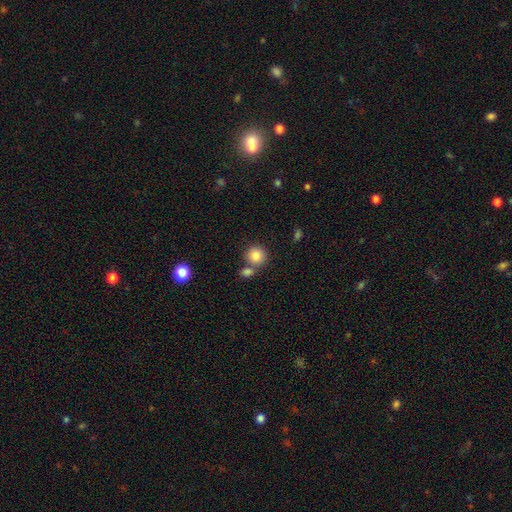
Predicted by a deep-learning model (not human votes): This is clearly a smooth galaxy (84%). How rounded: clearly round (90%). Merging: likely none (64%).